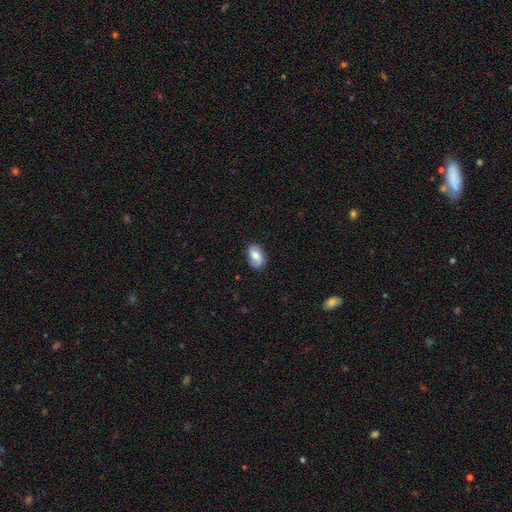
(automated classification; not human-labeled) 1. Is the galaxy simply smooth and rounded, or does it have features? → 63% smooth, 29% featured or disk, 8% star or artifact.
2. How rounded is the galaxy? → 87% in between, 11% round, 2% cigar-shaped.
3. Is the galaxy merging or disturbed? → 78% none, 17% minor disturbance, 4% major disturbance, 1% merger.